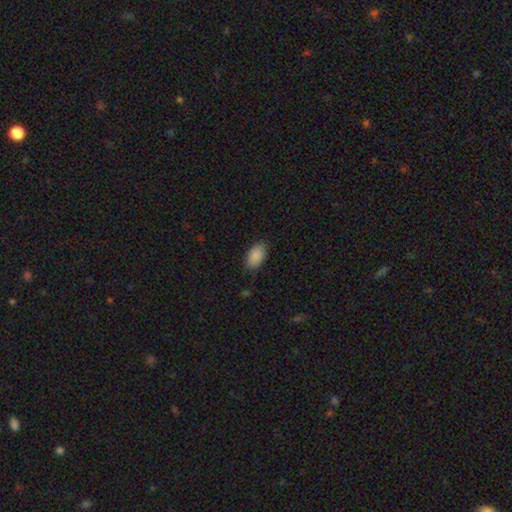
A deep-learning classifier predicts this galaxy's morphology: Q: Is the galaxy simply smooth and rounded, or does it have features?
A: smooth — 89%.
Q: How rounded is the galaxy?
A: in between — 93%.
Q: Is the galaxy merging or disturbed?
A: none — 83%.